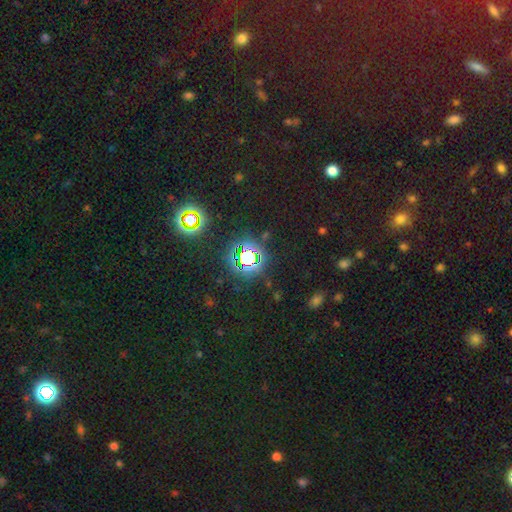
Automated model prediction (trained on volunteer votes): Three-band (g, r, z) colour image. It shows a star or artifact, not a galaxy (77%).